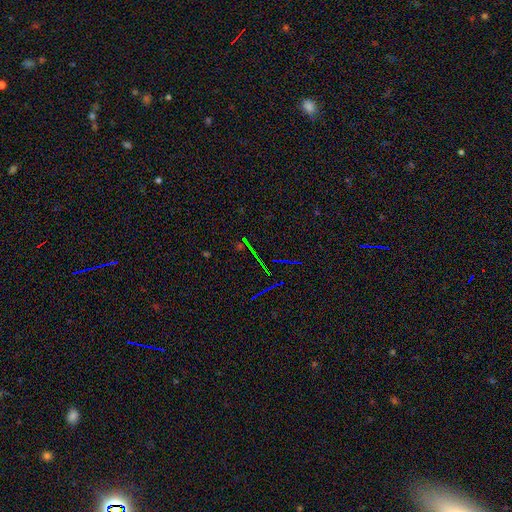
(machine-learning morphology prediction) Smooth or featured?
  - star or artifact: 78% *
  - featured or disk: 13%
  - smooth: 9%